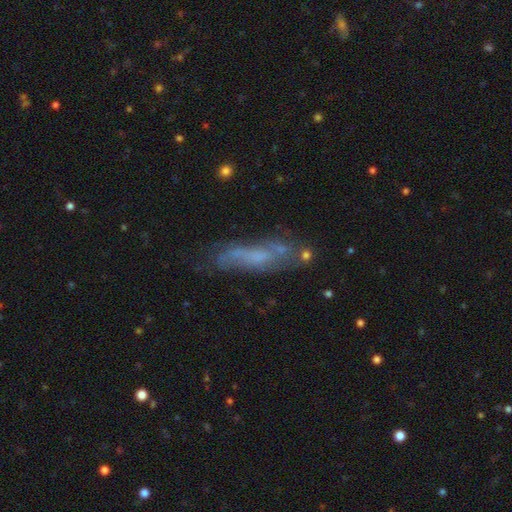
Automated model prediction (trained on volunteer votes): Smooth or featured: featured or disk — 52% (smooth — 36%)
Edge-on disk: no — 55% (yes — 45%)
Merging: none — 59% (minor disturbance — 23%)